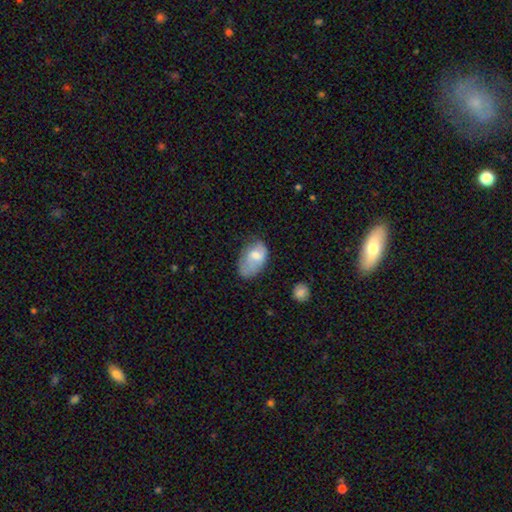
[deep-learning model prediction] Smooth or featured? smooth (69%)
How rounded? in between (91%)
Merging? none (38%)